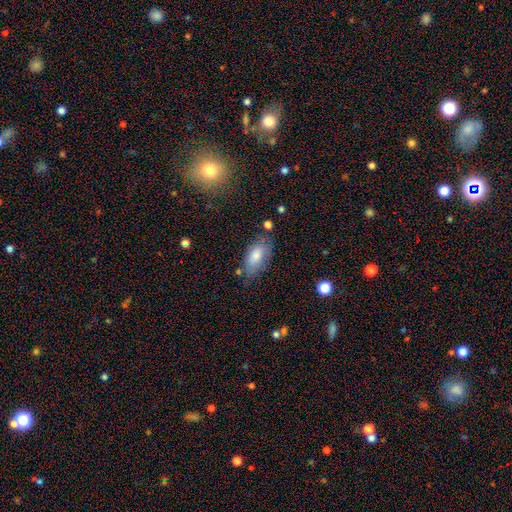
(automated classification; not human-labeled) smooth-or-featured: smooth: 71% | featured or disk: 20% | star or artifact: 8%
  how-rounded: in between: 89% | cigar-shaped: 8% | round: 3%
  merging: none: 68% | minor disturbance: 22% | major disturbance: 6% | merger: 4%